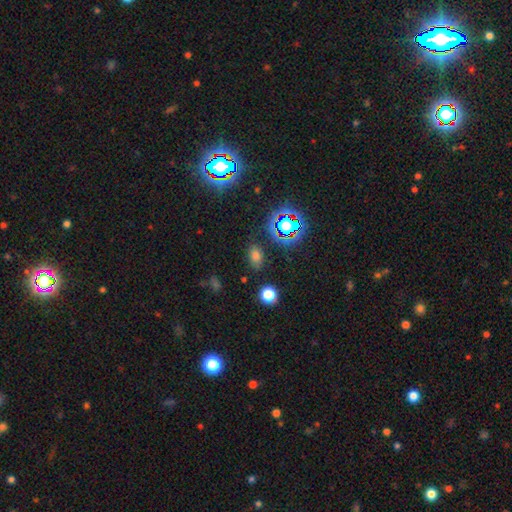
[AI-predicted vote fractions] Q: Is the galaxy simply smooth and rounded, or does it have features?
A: smooth — 63%.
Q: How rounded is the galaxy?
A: in between — 78%.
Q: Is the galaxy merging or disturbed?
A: none — 81%.